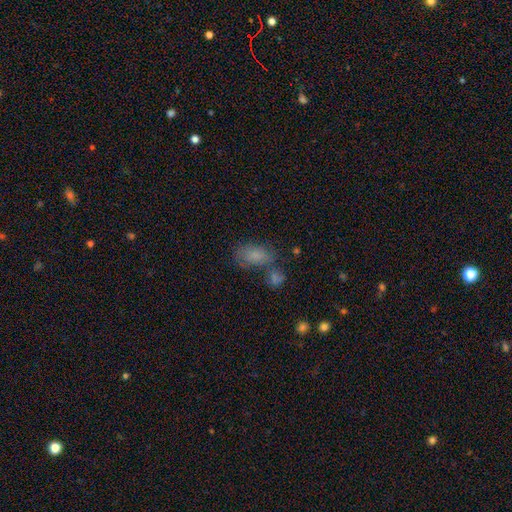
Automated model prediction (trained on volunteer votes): This is likely a smooth galaxy (75%). How rounded: clearly in between (89%). Merging: possibly none (47%).